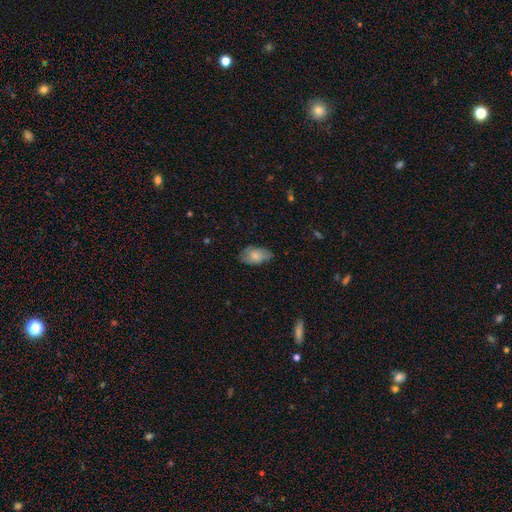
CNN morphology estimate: This appears to be a smooth galaxy with no disk features (73%) that is in between round and cigar-shaped (93%). Merging: none (64%).